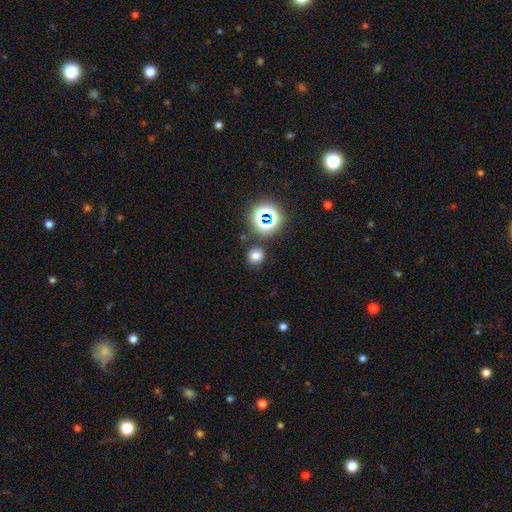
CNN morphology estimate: A smooth galaxy with no disk features (72%) that is round (80%). Merging: none (83%).